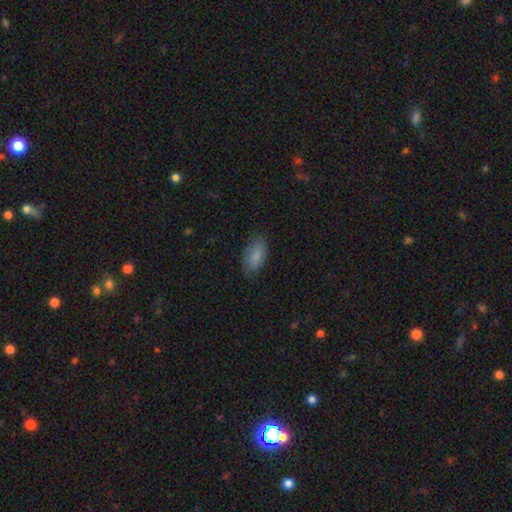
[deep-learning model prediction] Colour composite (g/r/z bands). It shows a smooth galaxy with no disk features (84%) that is in between round and cigar-shaped (90%). Merging: none (79%).